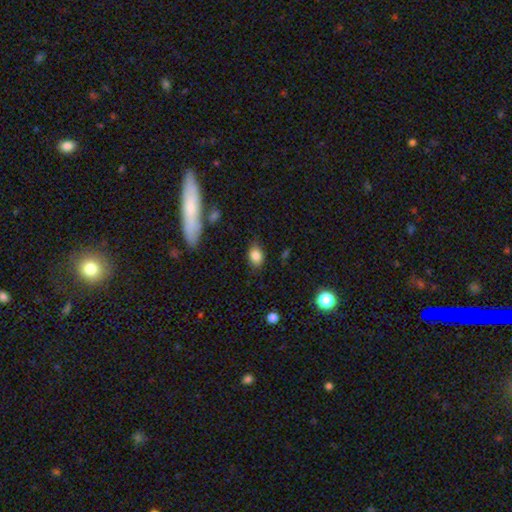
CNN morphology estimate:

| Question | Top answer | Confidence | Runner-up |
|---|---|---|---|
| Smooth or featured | smooth | 84% | star or artifact (9%) |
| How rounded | in between | 75% | round (23%) |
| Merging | none | 74% | minor disturbance (19%) |